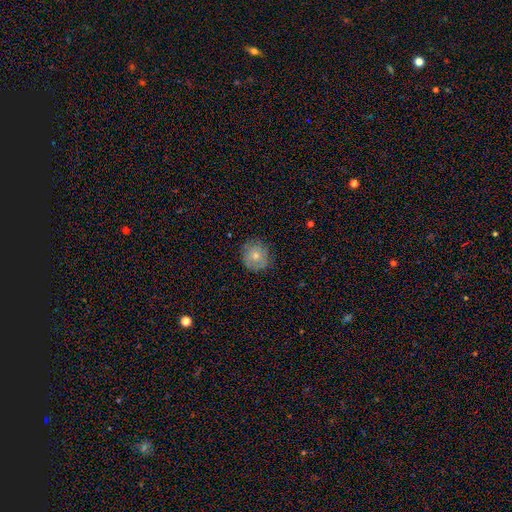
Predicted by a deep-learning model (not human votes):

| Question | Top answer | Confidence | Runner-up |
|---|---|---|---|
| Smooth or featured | smooth | 70% | featured or disk (21%) |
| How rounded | round | 90% | in between (9%) |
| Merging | none | 80% | minor disturbance (15%) |